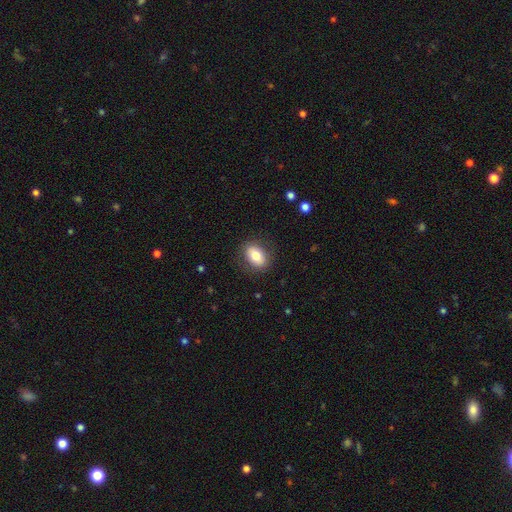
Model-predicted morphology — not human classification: A smooth galaxy with no disk features (78%) that is in between round and cigar-shaped (82%).

Vote fractions:
- Smooth or featured? smooth: 78% / featured or disk: 14% / star or artifact: 8%
- How rounded? in between: 82% / round: 16% / cigar-shaped: 2%
- Merging? none: 84% / minor disturbance: 11% / major disturbance: 4% / merger: 1%